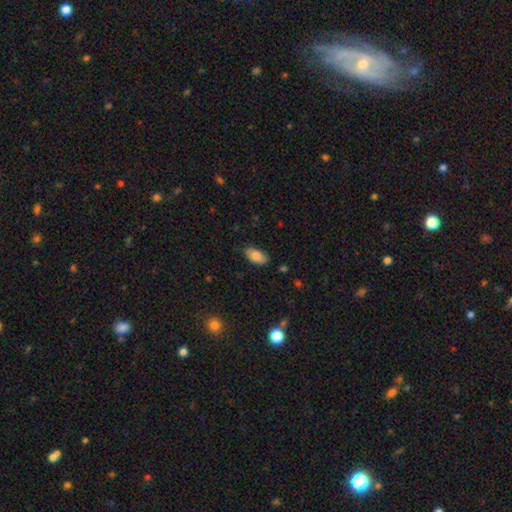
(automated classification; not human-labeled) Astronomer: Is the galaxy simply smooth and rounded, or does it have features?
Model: smooth — 80%.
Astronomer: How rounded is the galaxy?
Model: in between — 94%.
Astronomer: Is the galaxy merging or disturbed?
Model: none — 80%.